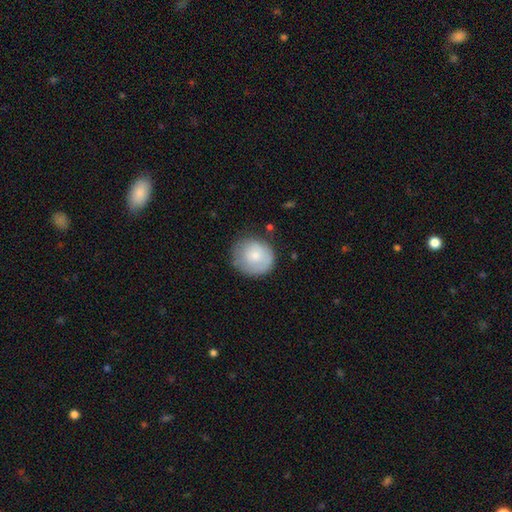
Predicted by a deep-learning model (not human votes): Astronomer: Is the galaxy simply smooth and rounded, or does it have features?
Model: smooth — 74%.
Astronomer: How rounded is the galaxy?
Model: round — 88%.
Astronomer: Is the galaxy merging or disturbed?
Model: none — 71%.